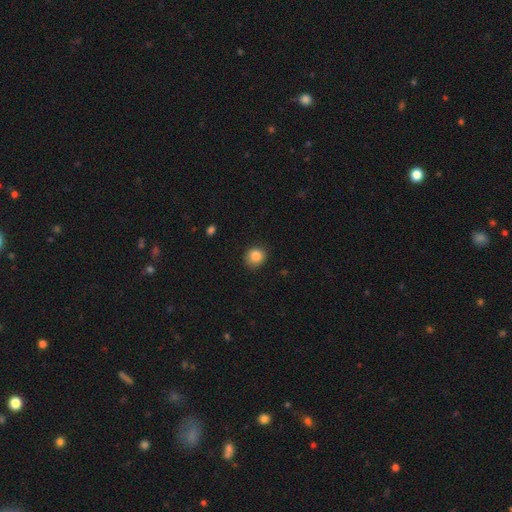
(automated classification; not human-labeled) smooth 85%, star or artifact 10%, featured or disk 6%. Down the decision tree: how rounded — round (84%); merging — none (85%).